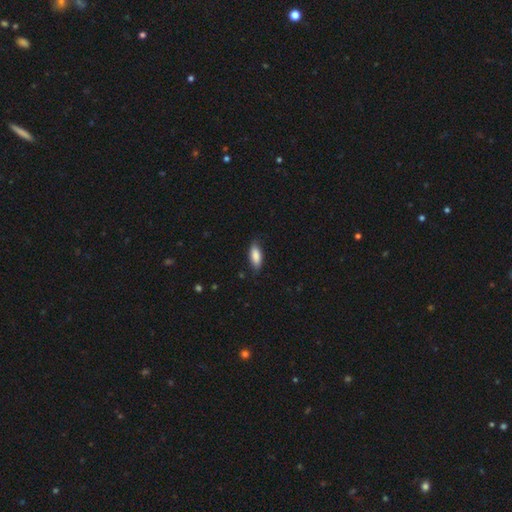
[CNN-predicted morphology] Smooth or featured? Predicted: smooth (p=0.84). How rounded? Predicted: in between (p=0.78). Merging? Predicted: none (p=0.76).